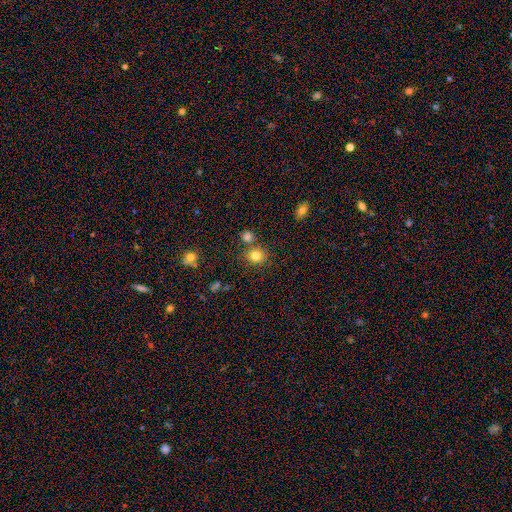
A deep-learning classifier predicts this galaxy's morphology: Smooth or featured? Predicted: smooth (p=0.80). How rounded? Predicted: round (p=0.83). Merging? Predicted: none (p=0.73).